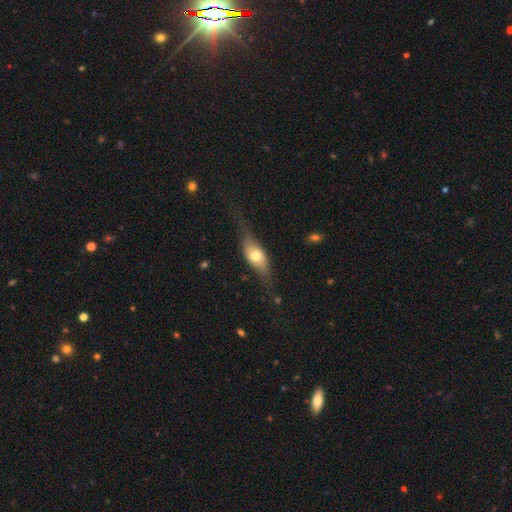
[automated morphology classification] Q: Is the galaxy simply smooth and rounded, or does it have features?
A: smooth — 50%.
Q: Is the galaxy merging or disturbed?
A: none — 58%.